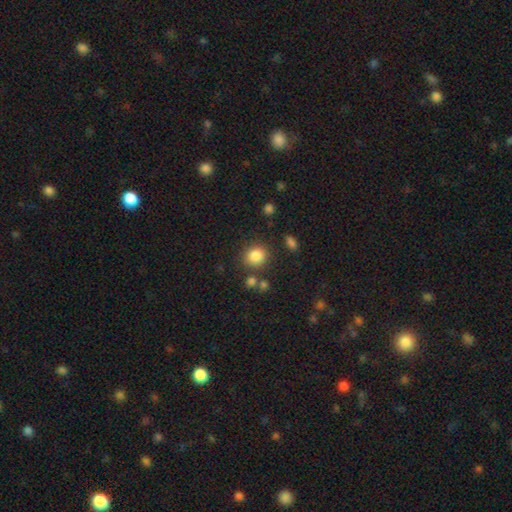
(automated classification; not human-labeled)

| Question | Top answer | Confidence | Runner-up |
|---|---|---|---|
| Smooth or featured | smooth | 85% | star or artifact (11%) |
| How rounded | round | 84% | in between (15%) |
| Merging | none | 79% | minor disturbance (10%) |